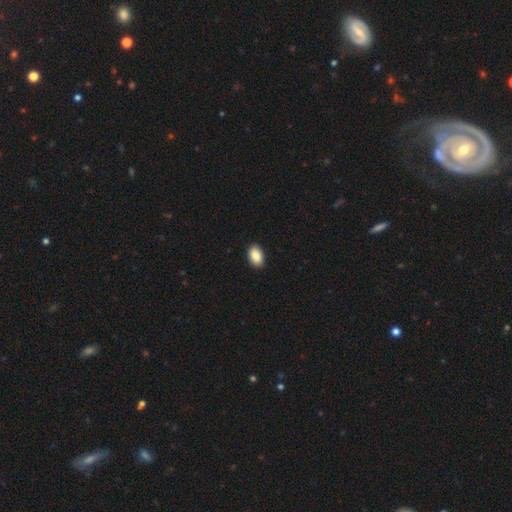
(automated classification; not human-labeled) smooth-or-featured: smooth: 89% | star or artifact: 7% | featured or disk: 4%
  how-rounded: in between: 92% | round: 6% | cigar-shaped: 1%
  merging: none: 91% | minor disturbance: 6% | major disturbance: 2% | merger: 1%